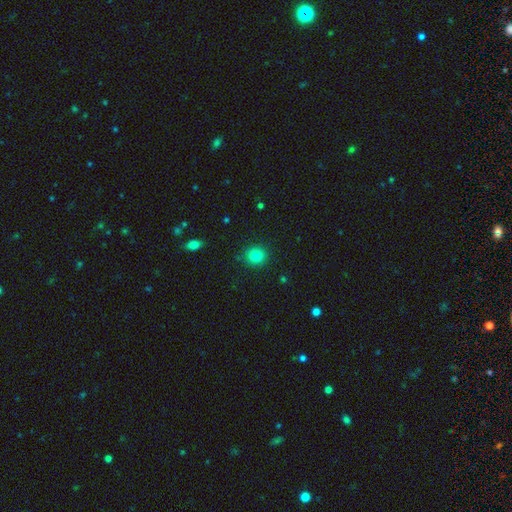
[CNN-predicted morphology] A smooth galaxy with no disk features (82%) that is round (88%).

Vote fractions:
- Smooth or featured? smooth: 82% / star or artifact: 12% / featured or disk: 6%
- How rounded? round: 88% / in between: 11% / cigar-shaped: 1%
- Merging? none: 89% / minor disturbance: 7% / major disturbance: 2% / merger: 1%